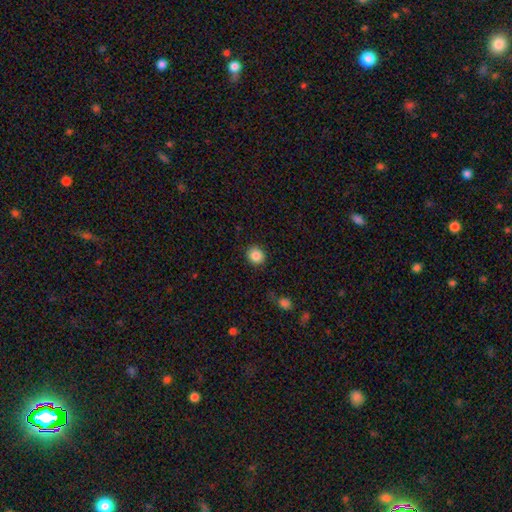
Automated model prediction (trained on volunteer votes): Smooth or featured? Predicted: smooth (p=0.86). How rounded? Predicted: round (p=0.89). Merging? Predicted: none (p=0.90).